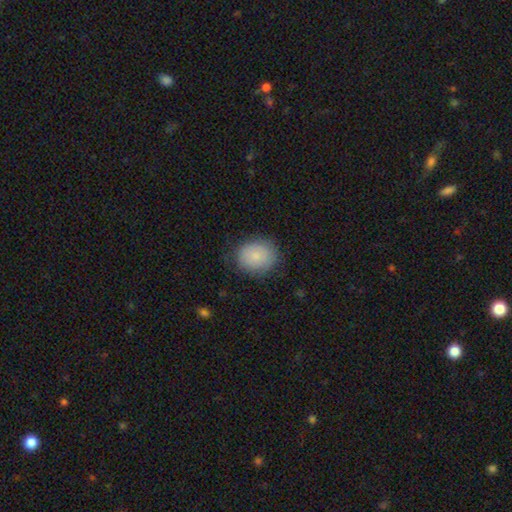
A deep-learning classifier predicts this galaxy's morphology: Smooth or featured? Predicted: smooth (p=0.85). How rounded? Predicted: round (p=0.57). Merging? Predicted: none (p=0.82).